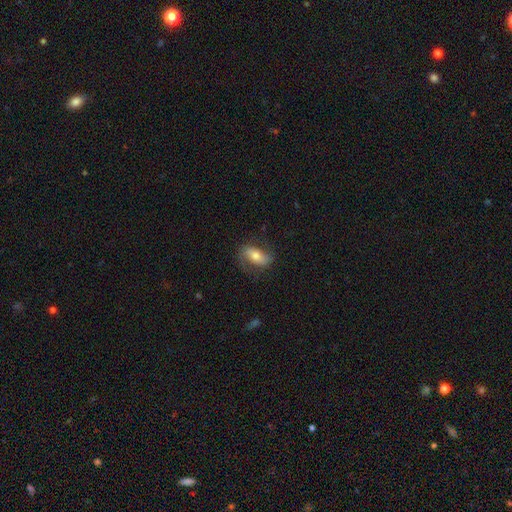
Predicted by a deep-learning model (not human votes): A smooth galaxy with no disk features (49%). Merging: none (67%).